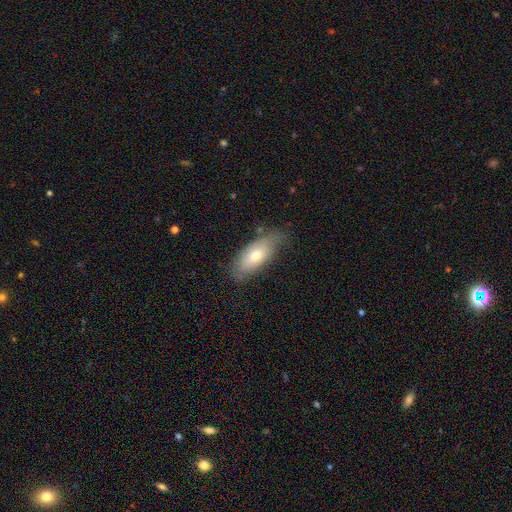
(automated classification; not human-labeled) This appears to be a smooth galaxy with no disk features (64%) that is in between round and cigar-shaped (84%). Merging: none (63%).